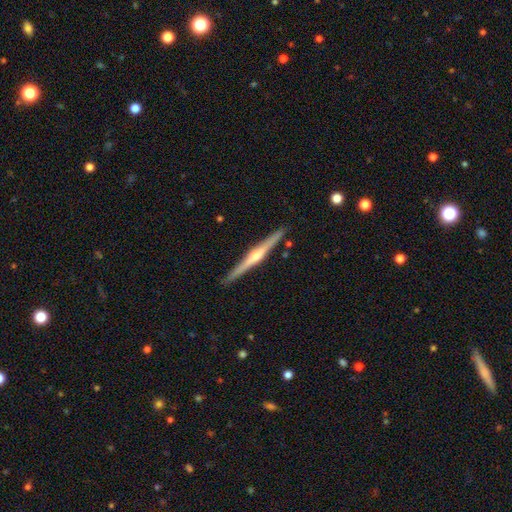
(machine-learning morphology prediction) This appears to be a featured or disk galaxy (75%) viewed edge-on (98%) with a rounded central bulge (82%). Merging: none (90%).